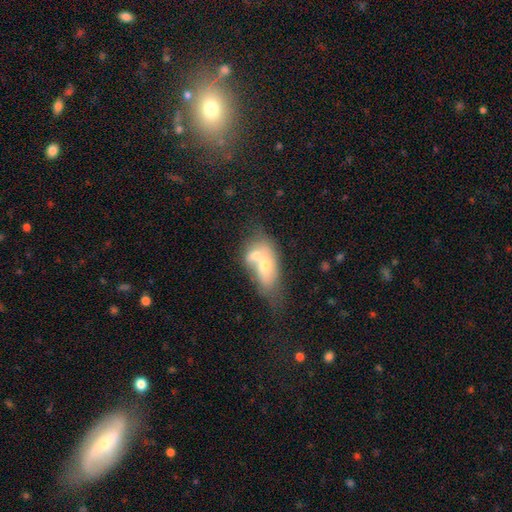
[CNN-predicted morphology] smooth_or_featured: smooth (p=0.58) [alt: featured or disk p=0.35]
how_rounded: in between (p=0.77) [alt: round p=0.18]
merging: merger (p=0.74) [alt: none p=0.12]